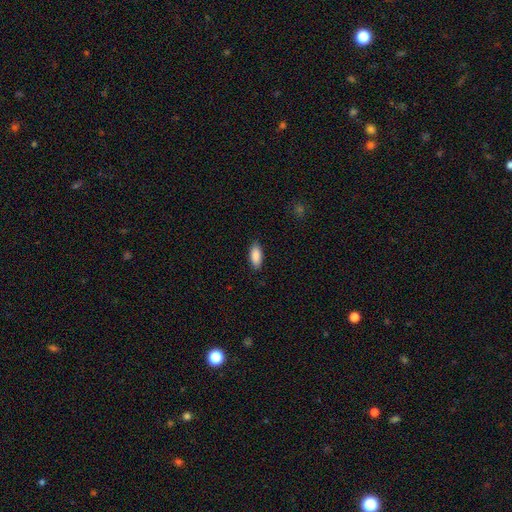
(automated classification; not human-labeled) This appears to be a smooth galaxy with no disk features (89%) that is in between round and cigar-shaped (84%). Merging: none (87%).